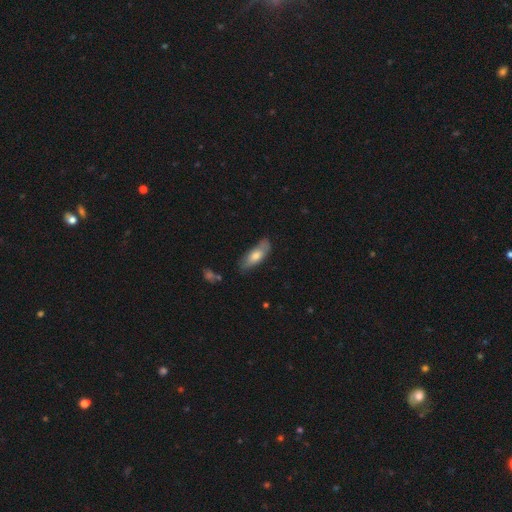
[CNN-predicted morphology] smooth_or_featured: smooth (p=0.67) [alt: featured or disk p=0.26]
how_rounded: in between (p=0.62) [alt: cigar-shaped p=0.36]
merging: none (p=0.71) [alt: minor disturbance p=0.22]